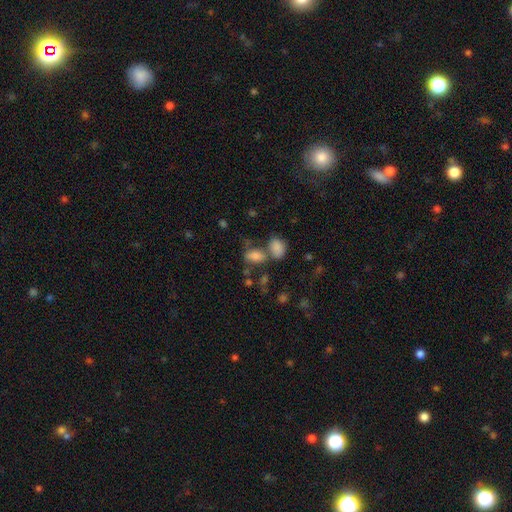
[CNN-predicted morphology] The model was most divided on "merging": none: 42%, merger: 37%, minor disturbance: 13%, major disturbance: 7%. More confident: how rounded — in between (86%); smooth or featured — smooth (79%).